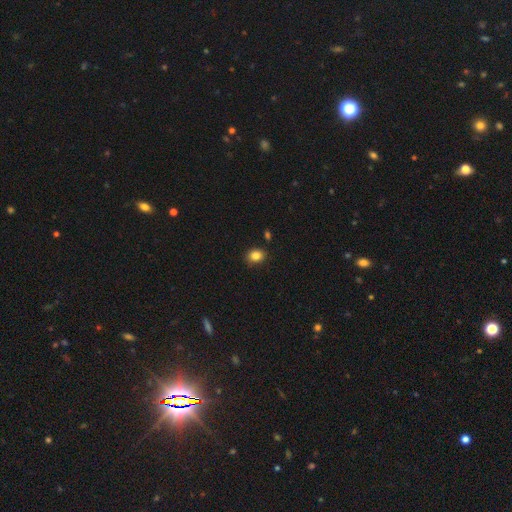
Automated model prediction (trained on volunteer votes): This is clearly a smooth galaxy (84%). How rounded: possibly round (52%). Merging: clearly none (85%).